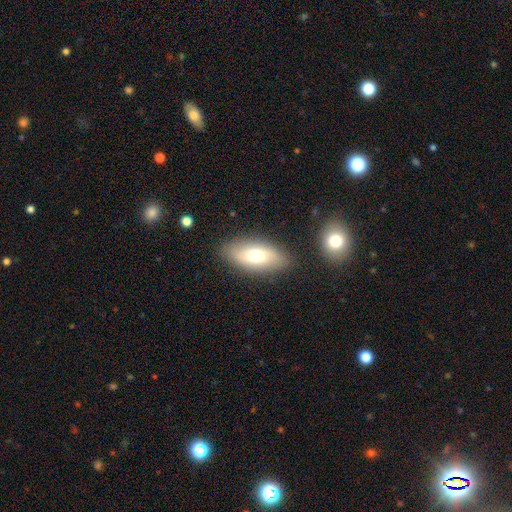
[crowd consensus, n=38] smooth 76%, featured or disk 21%, star or artifact 3%. Down the decision tree: how rounded — in between (93%); merging — none (92%).